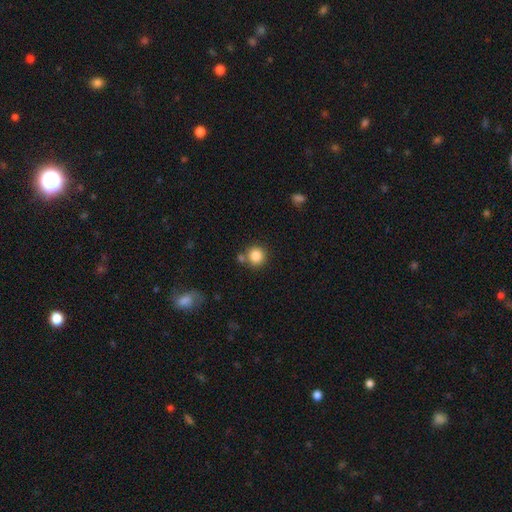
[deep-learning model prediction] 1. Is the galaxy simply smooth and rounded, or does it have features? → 85% smooth, 10% star or artifact, 5% featured or disk.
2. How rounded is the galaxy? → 92% round, 7% in between, 1% cigar-shaped.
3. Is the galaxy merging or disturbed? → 75% none, 14% merger, 9% minor disturbance, 3% major disturbance.